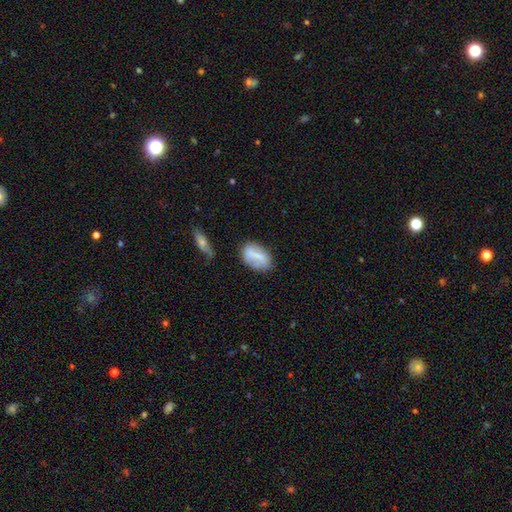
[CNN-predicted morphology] Smooth or featured? smooth (63%)
How rounded? in between (87%)
Merging? none (67%)